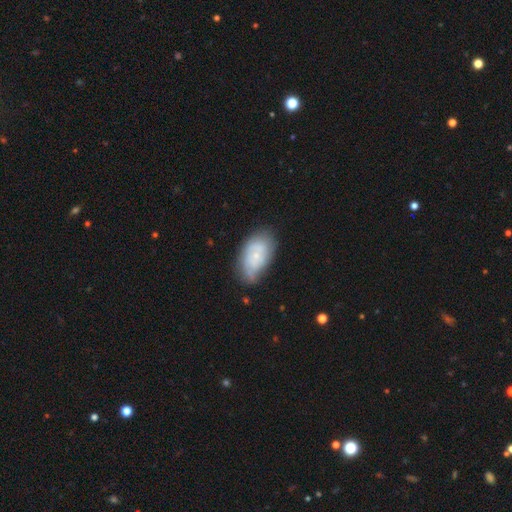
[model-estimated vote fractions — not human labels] A featured or disk galaxy (47%). Merging: none (58%).